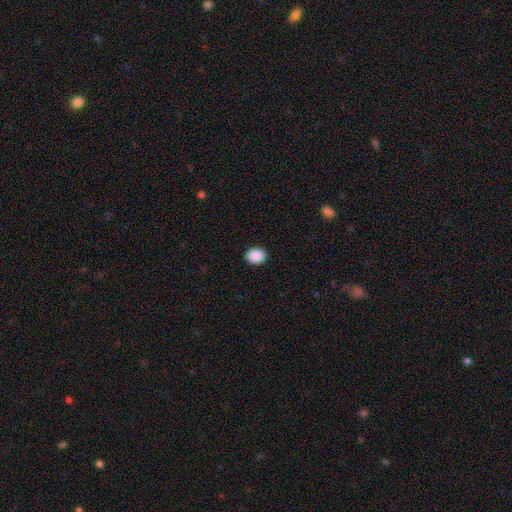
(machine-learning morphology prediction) Smooth or featured? Predicted: smooth (p=0.90). How rounded? Predicted: in between (p=0.51). Merging? Predicted: none (p=0.91).